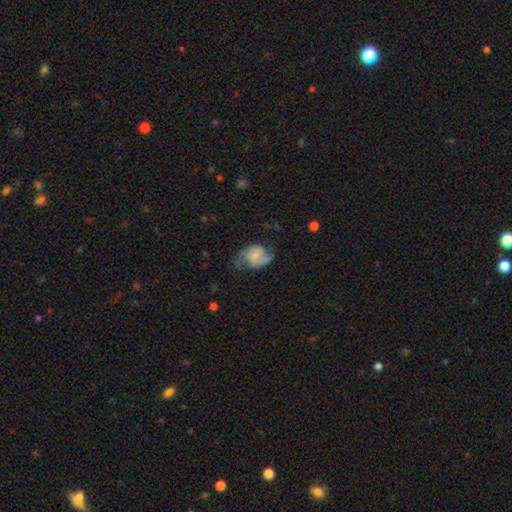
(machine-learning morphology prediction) The model was most divided on "spiral winding": medium: 45%, loose: 38%, tight: 17%. Remaining: edge-on disk — no (97%); spiral arms — yes (87%); spiral arm count — 2 (85%); smooth or featured — featured or disk (60%); bar — no (56%); merging — none (49%); bulge size — small (42%).